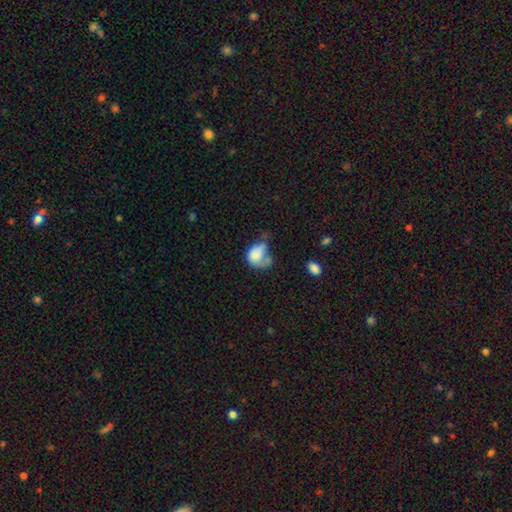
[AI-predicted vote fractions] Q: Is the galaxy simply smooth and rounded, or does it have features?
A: smooth — 66%.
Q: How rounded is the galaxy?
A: in between — 62%.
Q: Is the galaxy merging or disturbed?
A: major disturbance — 43%.